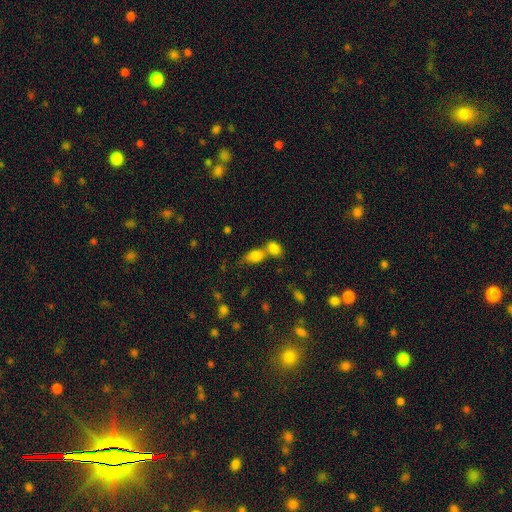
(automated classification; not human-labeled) smooth_or_featured: smooth (p=0.80) [alt: star or artifact p=0.10]
how_rounded: in between (p=0.80) [alt: round p=0.15]
merging: merger (p=0.51) [alt: none p=0.34]